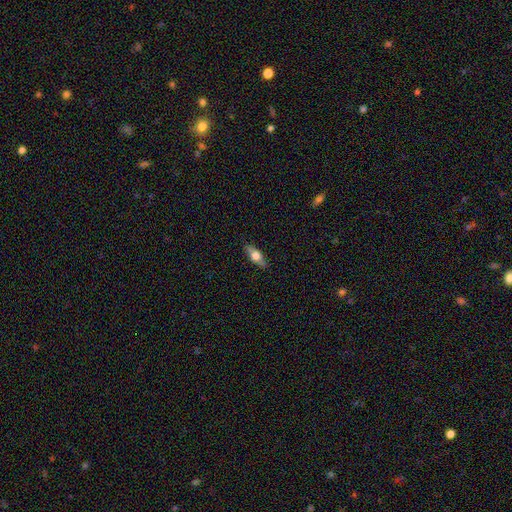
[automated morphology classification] Smooth or featured?
  - smooth: 56% *
  - featured or disk: 38%
  - star or artifact: 6%
How rounded?
  - in between: 66% *
  - cigar-shaped: 30%
  - round: 4%
Merging?
  - none: 87% *
  - minor disturbance: 10%
  - major disturbance: 2%
  - merger: 1%